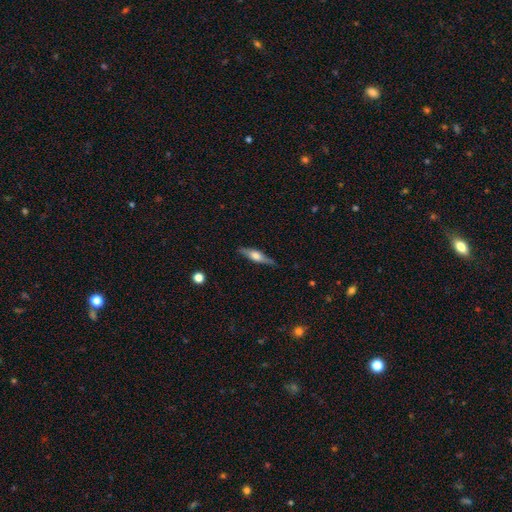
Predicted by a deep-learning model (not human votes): Smooth or featured? Predicted: featured or disk (p=0.58). Edge-on disk? Predicted: yes (p=0.93). Edge-on bulge? Predicted: rounded (p=0.86). Merging? Predicted: none (p=0.85).